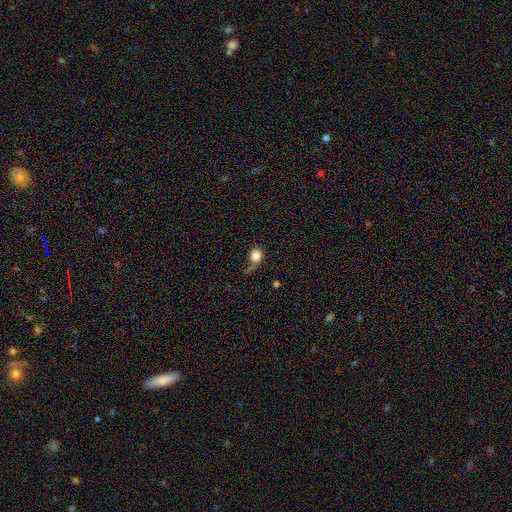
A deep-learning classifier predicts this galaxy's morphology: Smooth or featured? smooth (81%)
How rounded? round (72%)
Merging? none (43%)